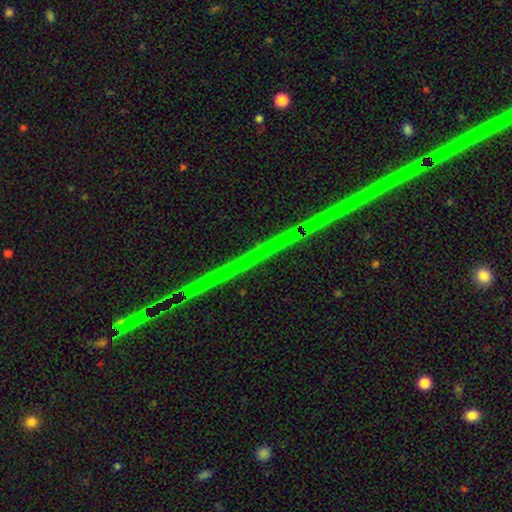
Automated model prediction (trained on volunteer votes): Smooth or featured? star or artifact (82%)